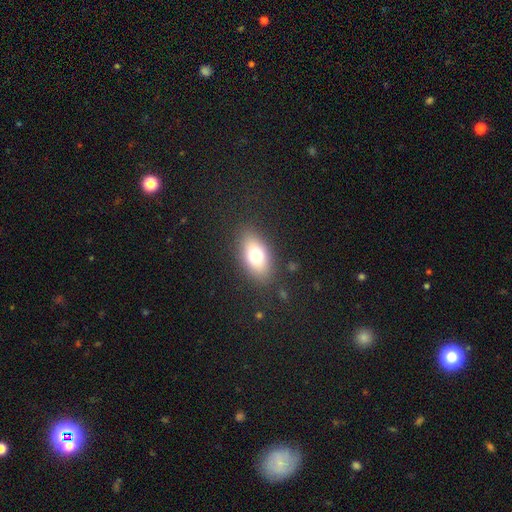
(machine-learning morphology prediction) Smooth or featured? Predicted: smooth (p=0.71). How rounded? Predicted: in between (p=0.85). Merging? Predicted: none (p=0.84).